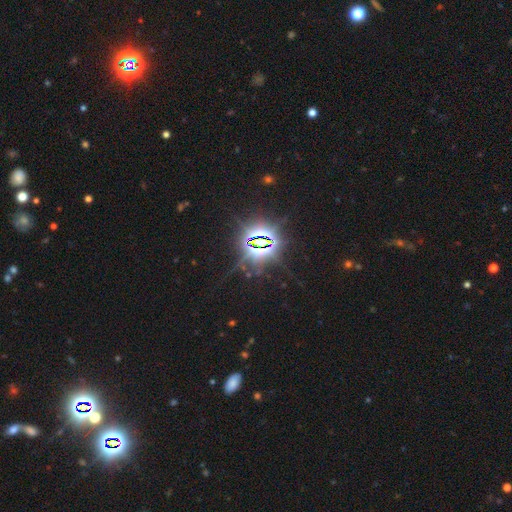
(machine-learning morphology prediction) star or artifact 86%, smooth 8%, featured or disk 7%.